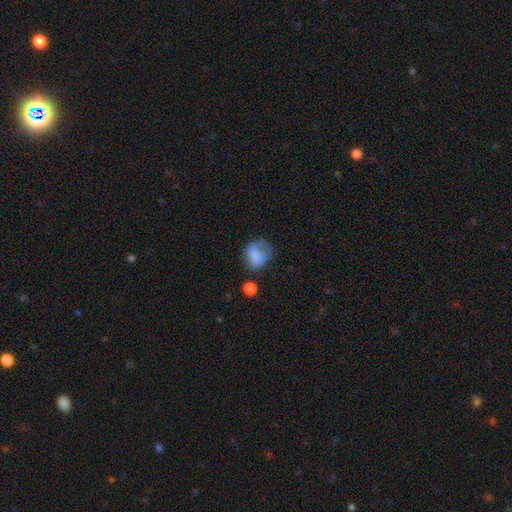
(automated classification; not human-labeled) A smooth galaxy with no disk features (71%) that is in between round and cigar-shaped (50%). Merging: none (35%).